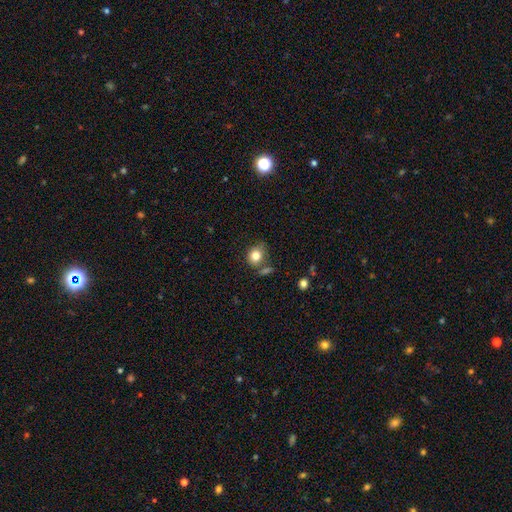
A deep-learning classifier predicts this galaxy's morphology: Smooth or featured?
  - smooth: 81% *
  - star or artifact: 10%
  - featured or disk: 9%
How rounded?
  - round: 63% *
  - in between: 36%
  - cigar-shaped: 1%
Merging?
  - none: 63% *
  - minor disturbance: 19%
  - merger: 12%
  - major disturbance: 6%